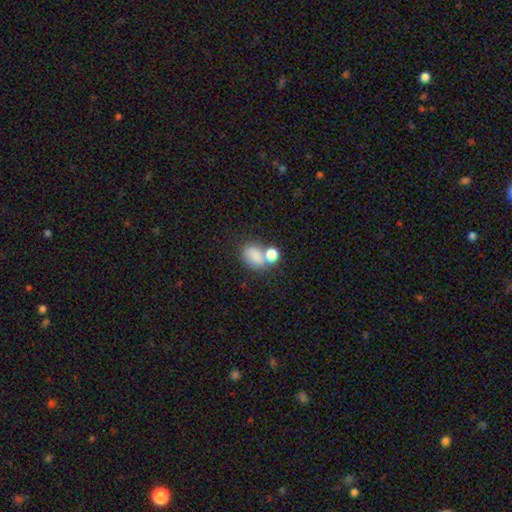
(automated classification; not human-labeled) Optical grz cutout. It shows a smooth galaxy with no disk features (79%) that is in between round and cigar-shaped (68%). Merging: merger (42%).